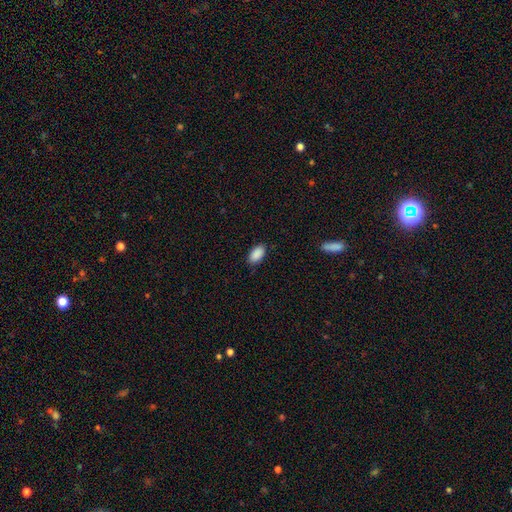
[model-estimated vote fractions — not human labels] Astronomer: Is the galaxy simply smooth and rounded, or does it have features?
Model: smooth — 90%.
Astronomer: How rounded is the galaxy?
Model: in between — 94%.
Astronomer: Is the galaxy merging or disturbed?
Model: none — 86%.